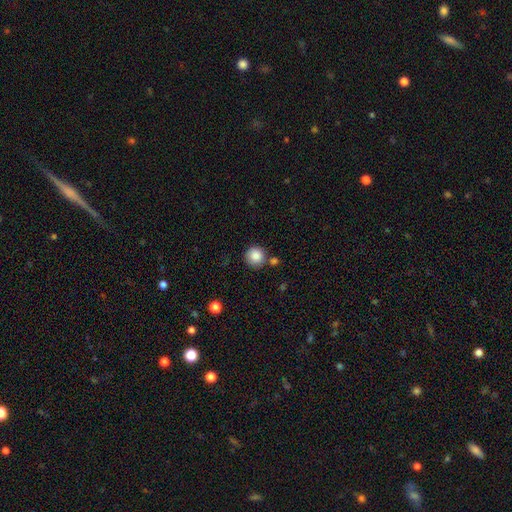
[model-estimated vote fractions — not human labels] Smooth or featured?
  - smooth: 86% *
  - star or artifact: 9%
  - featured or disk: 5%
How rounded?
  - round: 94% *
  - in between: 5%
  - cigar-shaped: 1%
Merging?
  - none: 77% *
  - merger: 10%
  - minor disturbance: 10%
  - major disturbance: 3%